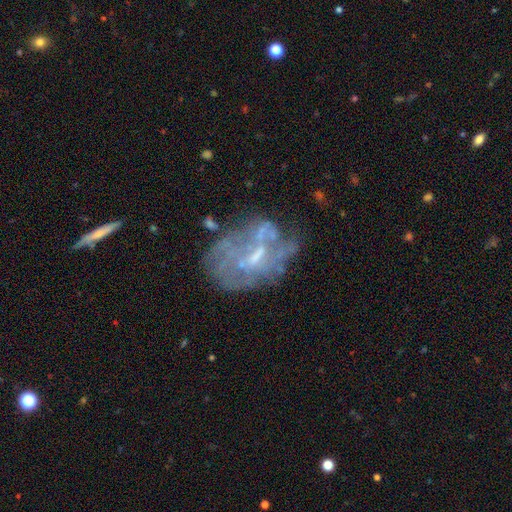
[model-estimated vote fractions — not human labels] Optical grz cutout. It shows a featured or disk galaxy (70%) with no bar (48%), no spiral arms (65%) and a small central bulge (45%). Merging: none (45%).